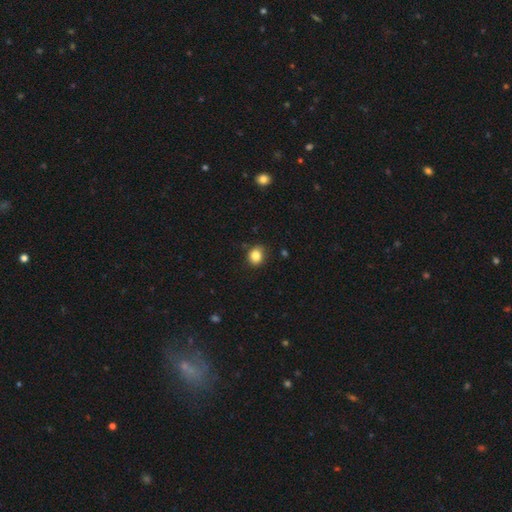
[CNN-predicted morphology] type=smooth (84%); roundness=round (71%); merging=none (82%).